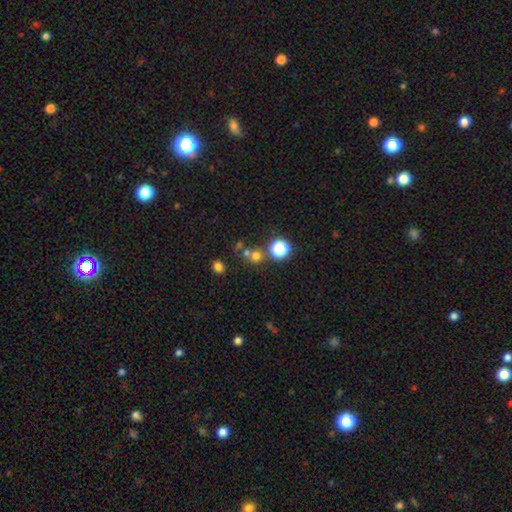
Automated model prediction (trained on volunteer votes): Smooth or featured?
  - smooth: 64% *
  - star or artifact: 27%
  - featured or disk: 9%
How rounded?
  - round: 88% *
  - in between: 11%
  - cigar-shaped: 1%
Merging?
  - none: 58% *
  - merger: 30%
  - minor disturbance: 7%
  - major disturbance: 4%